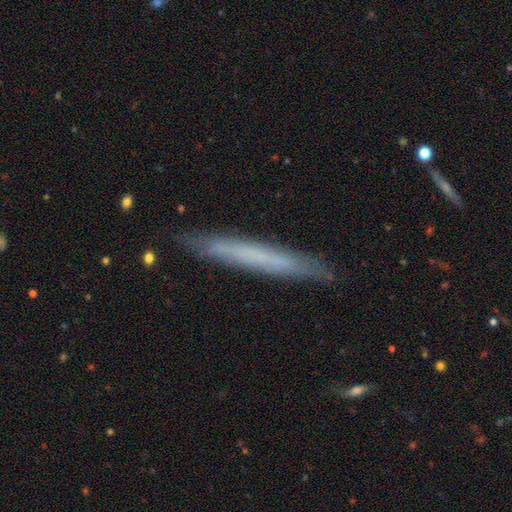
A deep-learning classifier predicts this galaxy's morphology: A smooth galaxy with no disk features (52%) that is cigar-shaped (96%).

Vote fractions:
- Smooth or featured? smooth: 52% / featured or disk: 40% / star or artifact: 7%
- How rounded? cigar-shaped: 96% / in between: 2% / round: 1%
- Merging? none: 88% / minor disturbance: 9% / major disturbance: 2% / merger: 1%